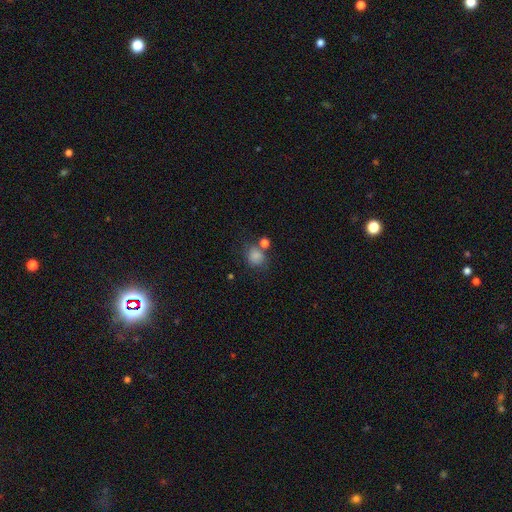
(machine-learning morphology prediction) smooth_or_featured: smooth (p=0.81) [alt: star or artifact p=0.12]
how_rounded: round (p=0.75) [alt: in between p=0.24]
merging: none (p=0.62) [alt: merger p=0.17]